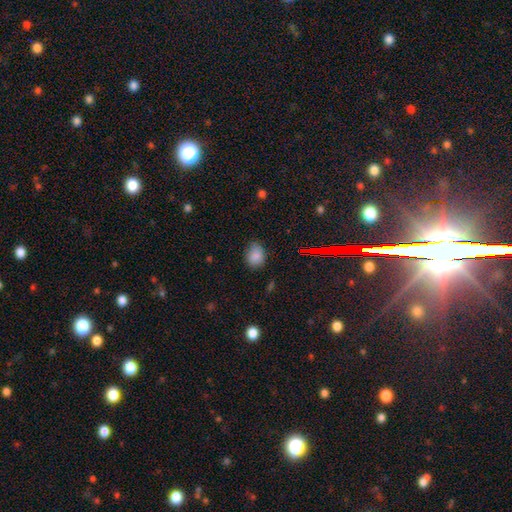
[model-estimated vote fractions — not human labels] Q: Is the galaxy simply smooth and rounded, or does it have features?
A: smooth — 81%.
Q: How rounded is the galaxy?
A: in between — 63%.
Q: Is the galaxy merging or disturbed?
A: none — 69%.